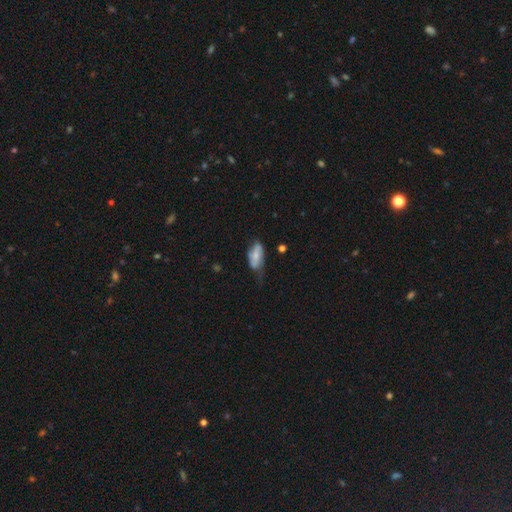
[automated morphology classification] This is possibly a smooth galaxy (50%). Merging: marginally none (44%).